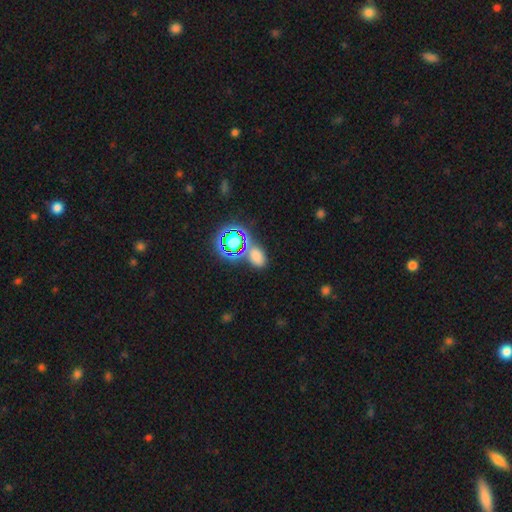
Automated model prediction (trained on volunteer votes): Overall: smooth (60%; star or artifact 32%). How rounded: in between (77%). Merging: none (61%).